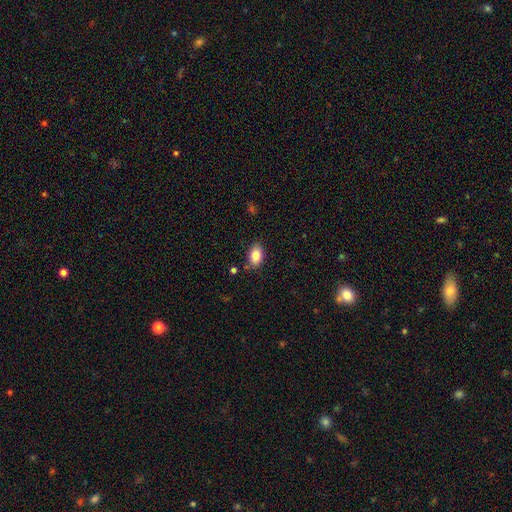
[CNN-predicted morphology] Smooth or featured?
  - smooth: 84% *
  - featured or disk: 8%
  - star or artifact: 8%
How rounded?
  - in between: 90% *
  - round: 9%
  - cigar-shaped: 2%
Merging?
  - none: 84% *
  - minor disturbance: 11%
  - merger: 3%
  - major disturbance: 2%